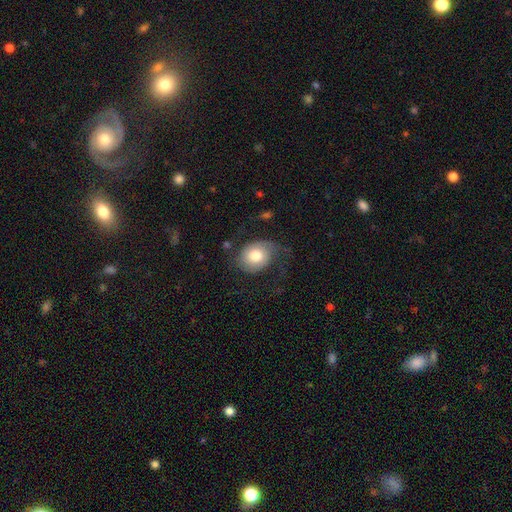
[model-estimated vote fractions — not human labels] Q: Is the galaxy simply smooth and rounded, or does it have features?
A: smooth — 55%.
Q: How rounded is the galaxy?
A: round — 50%.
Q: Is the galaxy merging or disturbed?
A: none — 48%.